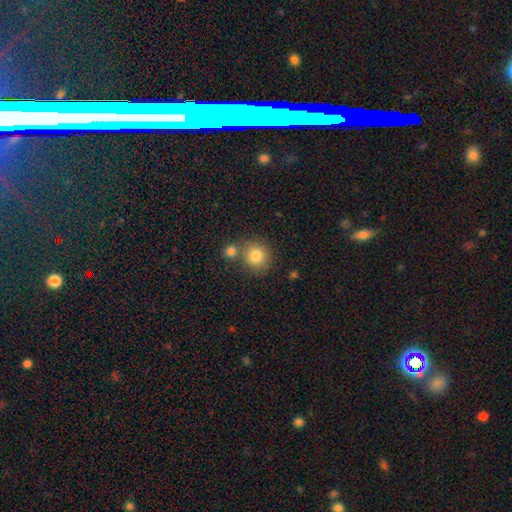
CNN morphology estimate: type=smooth (81%); roundness=round (90%); merging=none (64%).